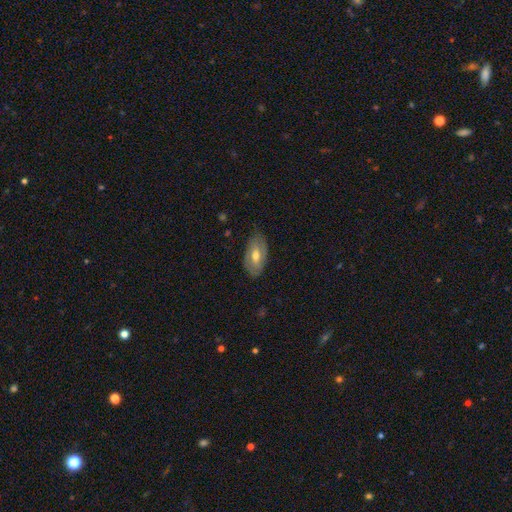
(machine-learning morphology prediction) type=featured or disk (49%); merging=none (75%).